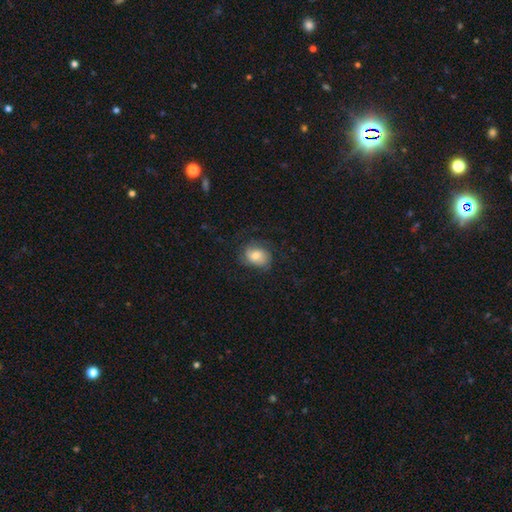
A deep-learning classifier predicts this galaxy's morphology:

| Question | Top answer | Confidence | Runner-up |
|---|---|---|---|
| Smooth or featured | smooth | 66% | featured or disk (25%) |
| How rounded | in between | 57% | round (42%) |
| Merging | none | 66% | minor disturbance (22%) |